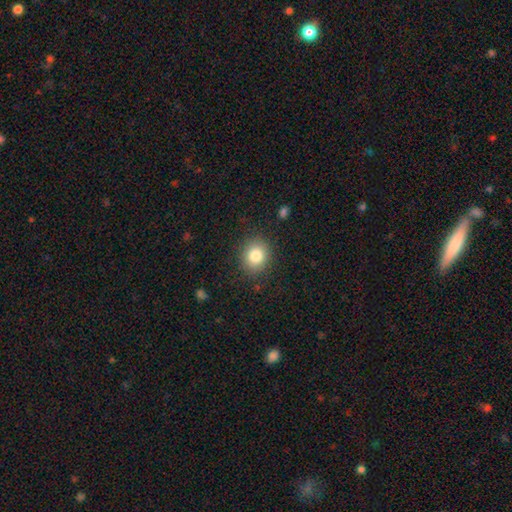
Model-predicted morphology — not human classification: smooth-or-featured: smooth: 82% | star or artifact: 10% | featured or disk: 8%
  how-rounded: round: 72% | in between: 27% | cigar-shaped: 1%
  merging: none: 86% | minor disturbance: 9% | major disturbance: 3% | merger: 1%